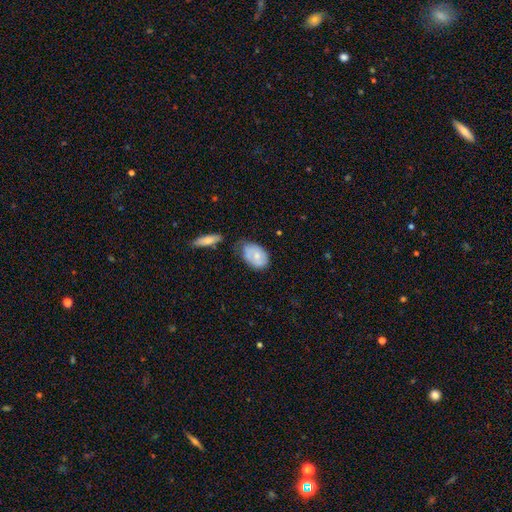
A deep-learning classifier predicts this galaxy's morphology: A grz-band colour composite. It shows a smooth galaxy with no disk features (61%) that is in between round and cigar-shaped (87%). Merging: none (45%).